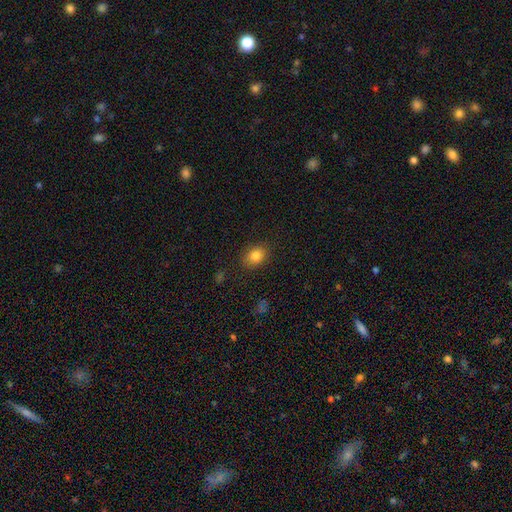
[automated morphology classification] This is clearly a smooth galaxy (83%). How rounded: possibly in between (57%). Merging: clearly none (85%).